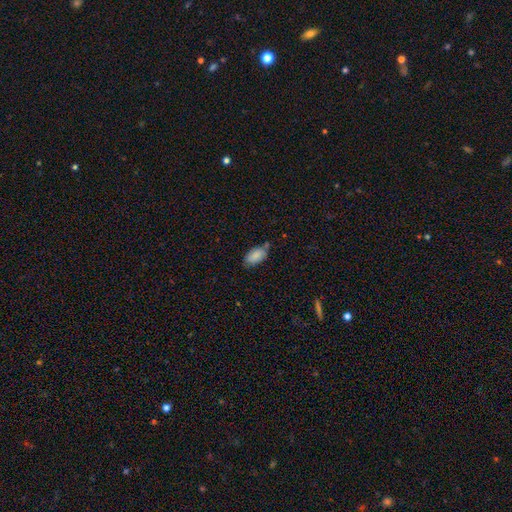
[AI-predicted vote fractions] Q: Smooth or featured?
A: smooth (86%); runner-up: star or artifact (7%)
Q: How rounded?
A: in between (93%); runner-up: cigar-shaped (4%)
Q: Merging?
A: none (65%); runner-up: minor disturbance (24%)